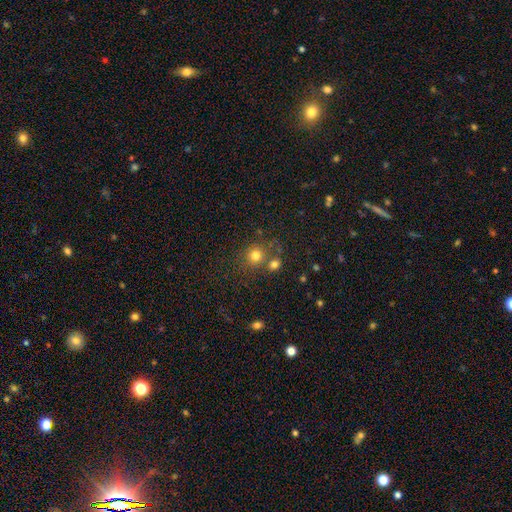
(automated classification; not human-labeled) This appears to be a smooth galaxy with no disk features (78%) that is round (88%). Merging: none (66%).